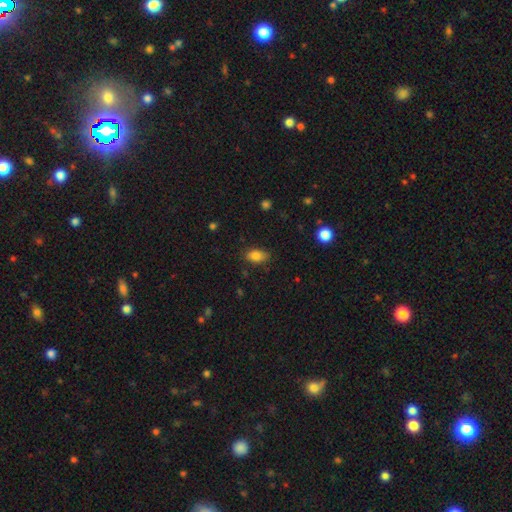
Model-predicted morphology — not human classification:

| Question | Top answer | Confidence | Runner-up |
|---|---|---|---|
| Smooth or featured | smooth | 83% | star or artifact (9%) |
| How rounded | in between | 87% | round (10%) |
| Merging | none | 78% | minor disturbance (17%) |